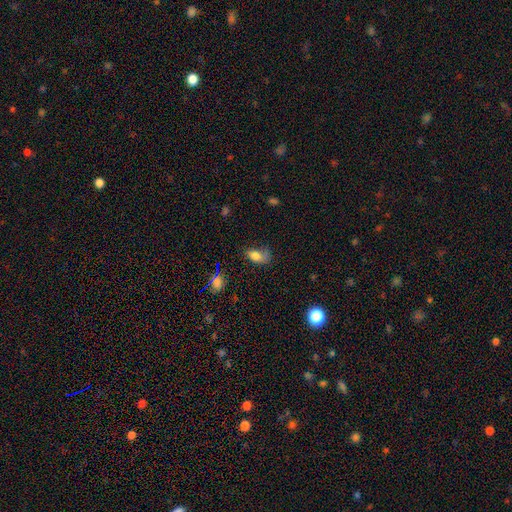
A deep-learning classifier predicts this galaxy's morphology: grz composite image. It shows a smooth galaxy with no disk features (76%) that is in between round and cigar-shaped (87%). Merging: none (44%).